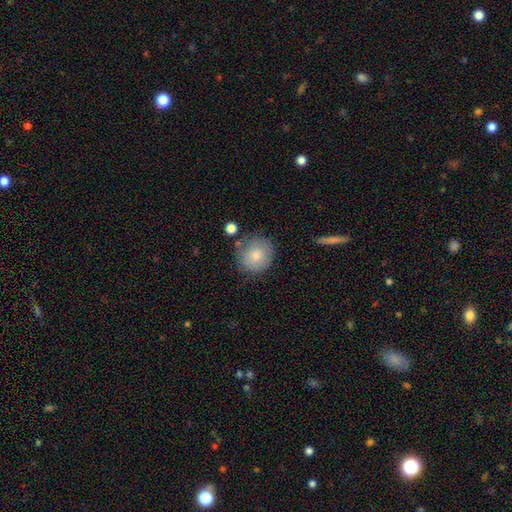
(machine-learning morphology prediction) smooth 80%, featured or disk 12%, star or artifact 8%. Down the decision tree: how rounded — round (89%); merging — none (72%).